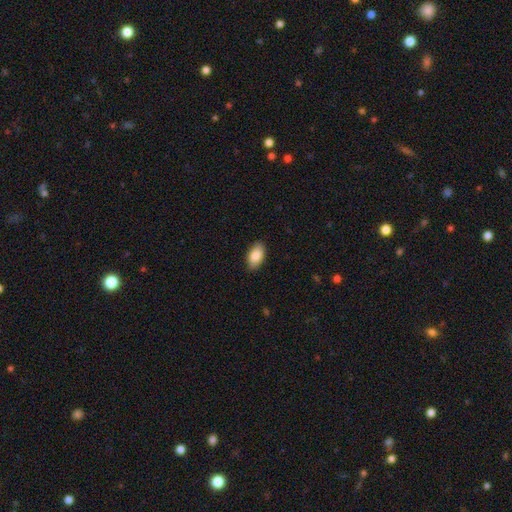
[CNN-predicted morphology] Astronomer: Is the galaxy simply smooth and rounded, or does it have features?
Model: smooth — 87%.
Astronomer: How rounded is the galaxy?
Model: in between — 94%.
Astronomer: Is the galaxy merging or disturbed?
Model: none — 88%.